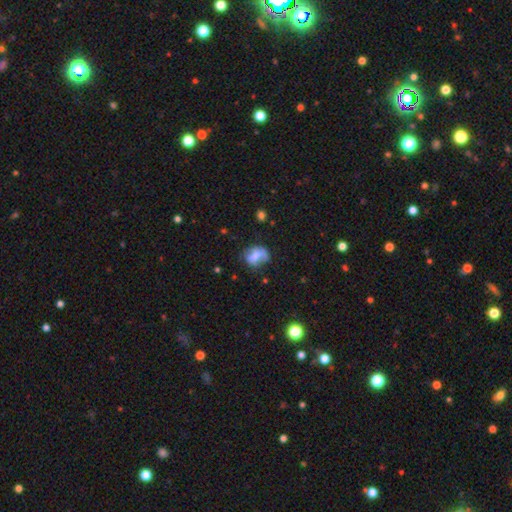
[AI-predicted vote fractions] Q: Smooth or featured?
A: smooth (57%); runner-up: featured or disk (32%)
Q: How rounded?
A: in between (60%); runner-up: round (38%)
Q: Merging?
A: none (44%); runner-up: minor disturbance (30%)